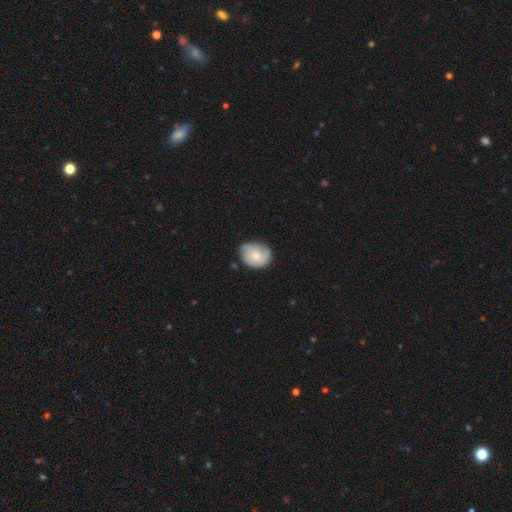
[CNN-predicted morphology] Smooth or featured? Predicted: smooth (p=0.59). How rounded? Predicted: round (p=0.52). Merging? Predicted: none (p=0.60).